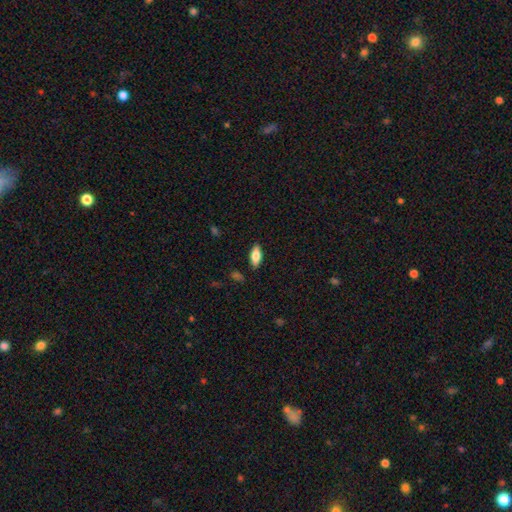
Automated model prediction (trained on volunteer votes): A smooth galaxy with no disk features (76%) that is in between round and cigar-shaped (82%).

Vote fractions:
- Smooth or featured? smooth: 76% / featured or disk: 17% / star or artifact: 7%
- How rounded? in between: 82% / cigar-shaped: 16% / round: 2%
- Merging? none: 86% / minor disturbance: 10% / major disturbance: 2% / merger: 1%